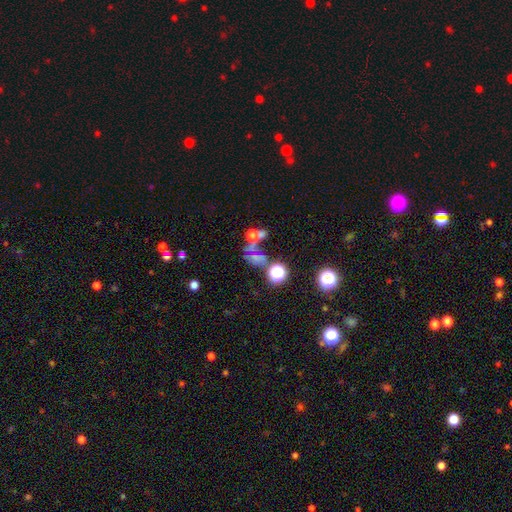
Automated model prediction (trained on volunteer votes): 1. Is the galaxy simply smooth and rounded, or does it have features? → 39% star or artifact (tied), 39% smooth (tied), 22% featured or disk.